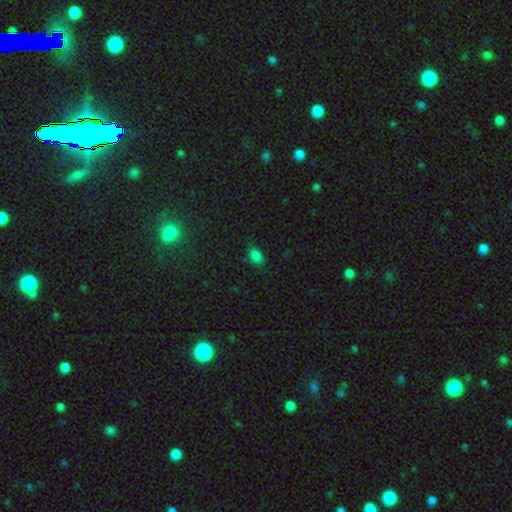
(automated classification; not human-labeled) Overall: smooth (79%). How rounded: in between (87%). Merging: none (78%).